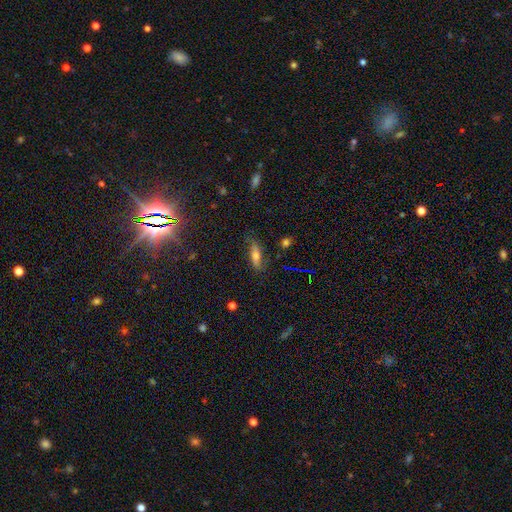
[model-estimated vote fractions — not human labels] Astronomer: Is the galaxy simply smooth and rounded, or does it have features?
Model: smooth — 57%.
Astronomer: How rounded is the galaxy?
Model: in between — 53% (runner-up: cigar-shaped, 43%).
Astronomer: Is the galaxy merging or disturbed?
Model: none — 71%.